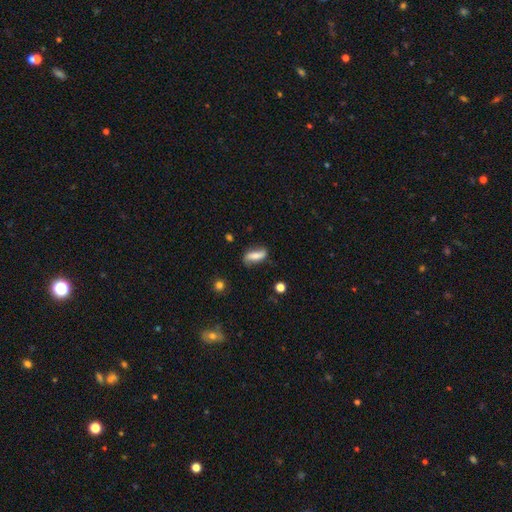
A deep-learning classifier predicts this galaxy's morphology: smooth_or_featured: smooth (p=0.51) [alt: featured or disk p=0.41]
how_rounded: in between (p=0.62) [alt: cigar-shaped p=0.33]
merging: none (p=0.72) [alt: minor disturbance p=0.20]